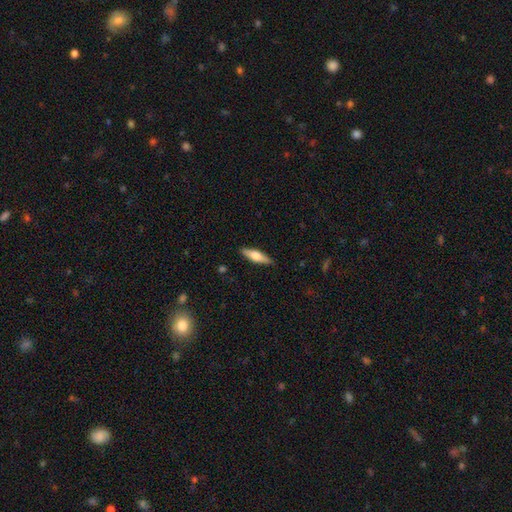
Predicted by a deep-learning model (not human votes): A smooth galaxy with no disk features (53%) that is cigar-shaped (61%).

Vote fractions:
- Smooth or featured? smooth: 53% / featured or disk: 41% / star or artifact: 6%
- How rounded? cigar-shaped: 61% / in between: 37% / round: 2%
- Merging? none: 88% / minor disturbance: 9% / major disturbance: 2% / merger: 1%